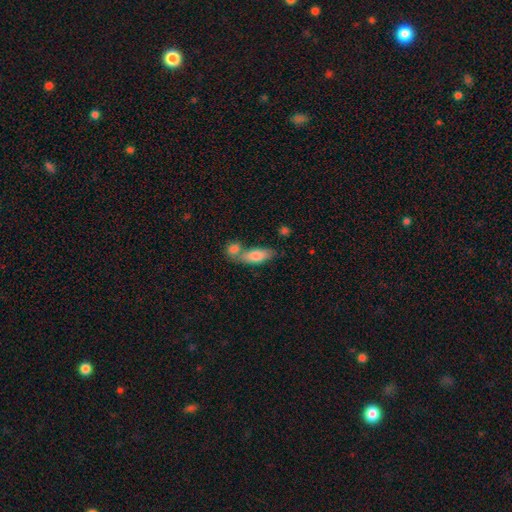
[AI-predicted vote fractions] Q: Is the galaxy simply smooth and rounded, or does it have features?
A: smooth — 77%.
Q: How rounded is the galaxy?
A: in between — 67%.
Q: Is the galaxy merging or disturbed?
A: none — 43%.